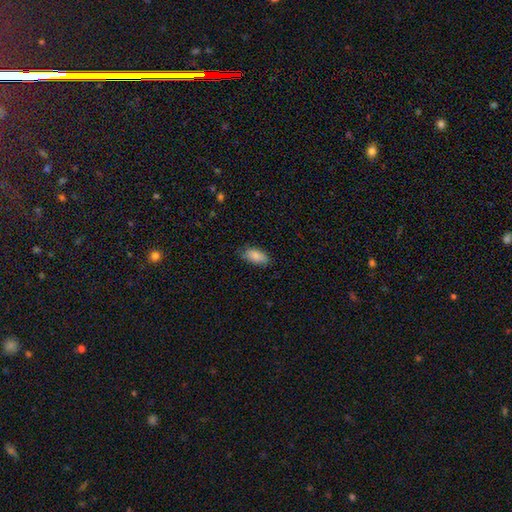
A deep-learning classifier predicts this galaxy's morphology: Smooth or featured? smooth (86%)
How rounded? in between (89%)
Merging? none (76%)